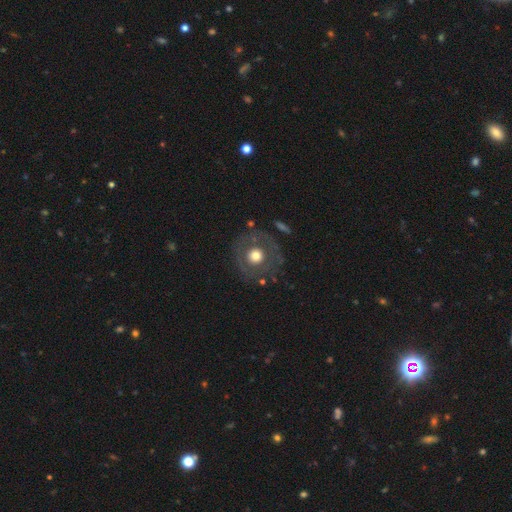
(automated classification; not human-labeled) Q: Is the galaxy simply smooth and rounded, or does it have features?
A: smooth — 52%.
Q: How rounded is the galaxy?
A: round — 94%.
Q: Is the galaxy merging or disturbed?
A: none — 78%.